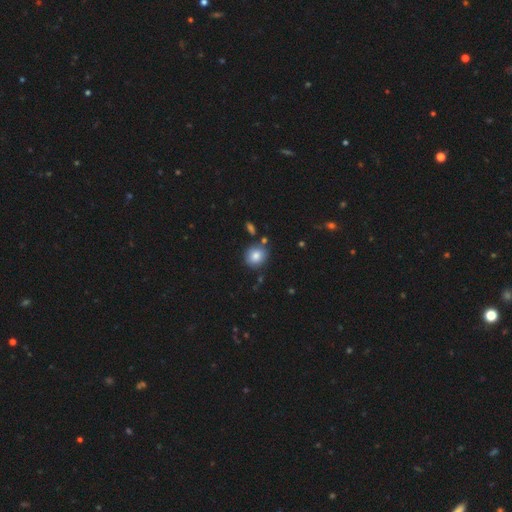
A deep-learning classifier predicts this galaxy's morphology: This is clearly a smooth galaxy (83%). How rounded: likely round (79%). Merging: likely none (80%).